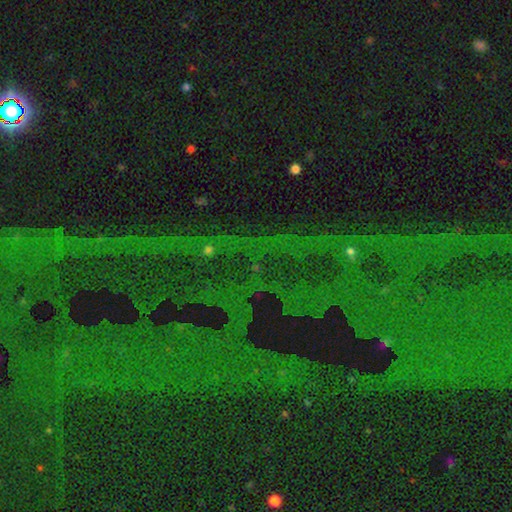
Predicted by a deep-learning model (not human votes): Smooth or featured: star or artifact — 83% (featured or disk — 9%)